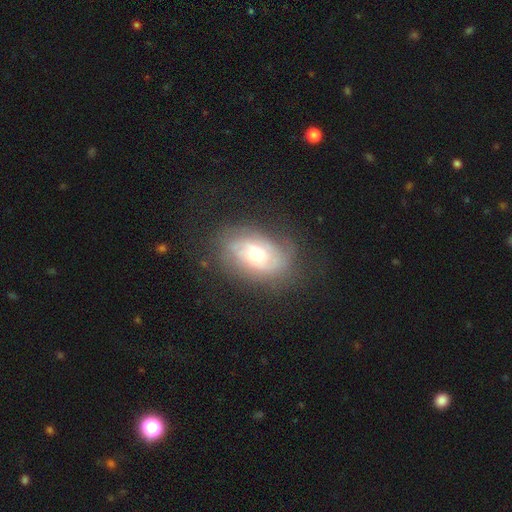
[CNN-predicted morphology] featured or disk 63%, smooth 29%, star or artifact 9%. Down the decision tree: edge-on disk — no (94%); bar — no (65%); spiral arms — yes (80%); bulge size — moderate (62%); merging — none (71%).